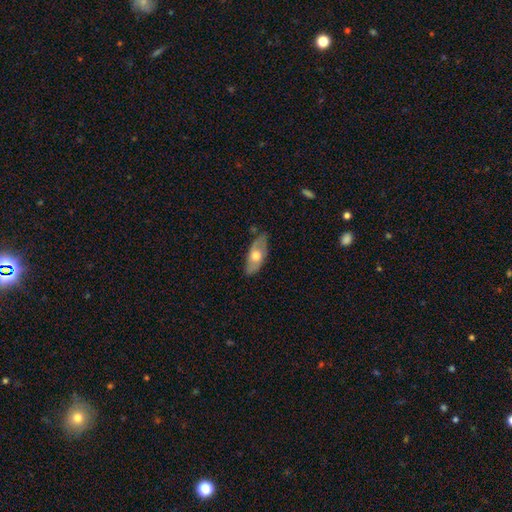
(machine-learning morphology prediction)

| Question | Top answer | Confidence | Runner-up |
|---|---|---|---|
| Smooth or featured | smooth | 49% | featured or disk (45%) |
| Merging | none | 78% | minor disturbance (17%) |